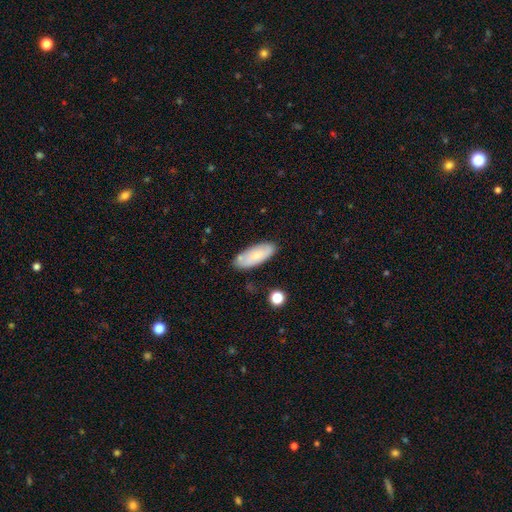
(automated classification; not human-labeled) A smooth galaxy with no disk features (74%) that is in between round and cigar-shaped (77%). Merging: none (78%).